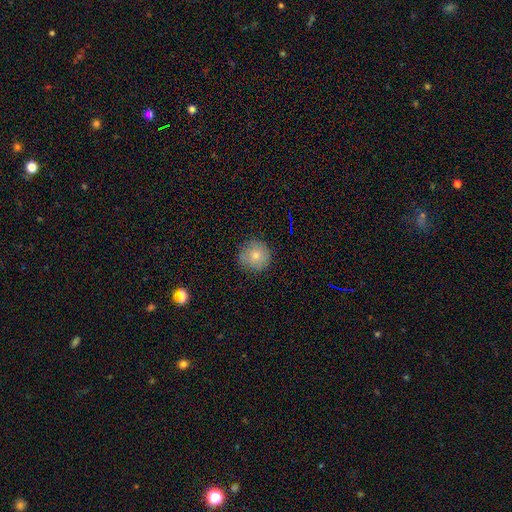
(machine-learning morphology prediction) Q: Smooth or featured?
A: smooth (80%); runner-up: featured or disk (11%)
Q: How rounded?
A: round (94%); runner-up: in between (5%)
Q: Merging?
A: none (81%); runner-up: minor disturbance (15%)